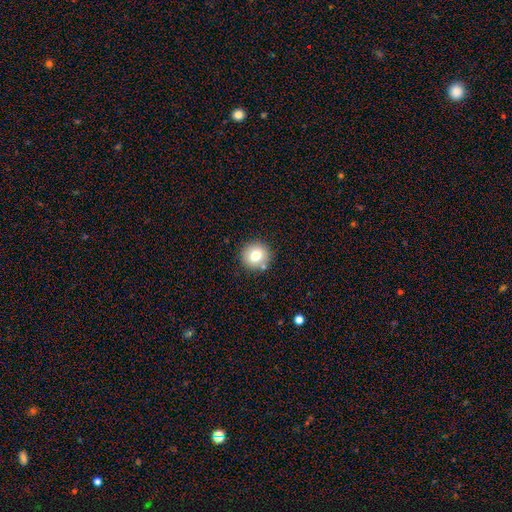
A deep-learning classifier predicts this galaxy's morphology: smooth-or-featured: smooth: 76% | featured or disk: 13% | star or artifact: 11%
  how-rounded: round: 92% | in between: 7% | cigar-shaped: 1%
  merging: none: 84% | minor disturbance: 9% | merger: 5% | major disturbance: 2%